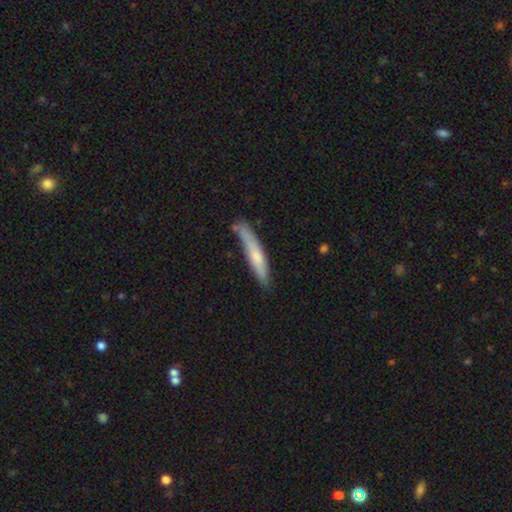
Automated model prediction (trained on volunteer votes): Smooth or featured? Predicted: smooth (p=0.66). How rounded? Predicted: cigar-shaped (p=0.91). Merging? Predicted: none (p=0.71).